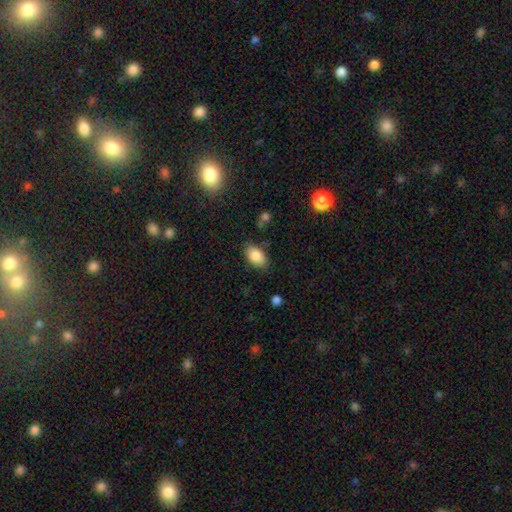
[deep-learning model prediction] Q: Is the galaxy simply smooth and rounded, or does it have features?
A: smooth — 85%.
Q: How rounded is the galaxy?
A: in between — 91%.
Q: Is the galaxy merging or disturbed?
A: none — 80%.